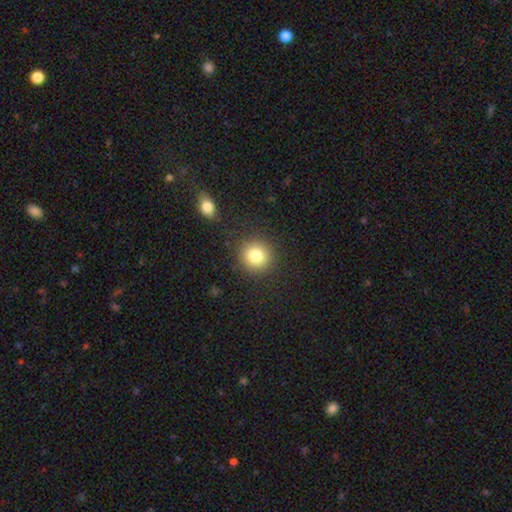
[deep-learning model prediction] Smooth or featured? smooth (80%)
How rounded? round (91%)
Merging? none (89%)